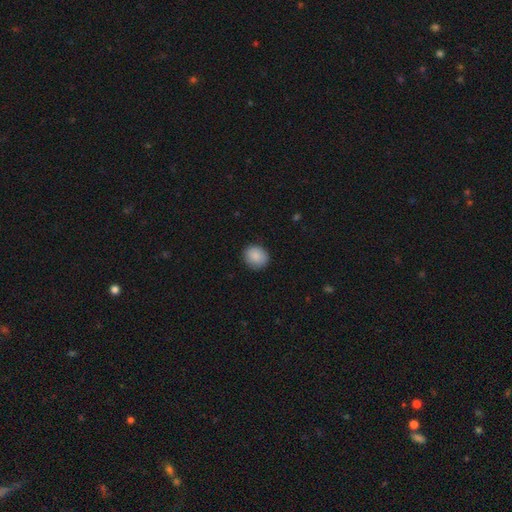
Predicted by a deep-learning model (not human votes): smooth_or_featured: smooth (p=0.88) [alt: star or artifact p=0.08]
how_rounded: round (p=0.78) [alt: in between p=0.21]
merging: none (p=0.89) [alt: minor disturbance p=0.08]